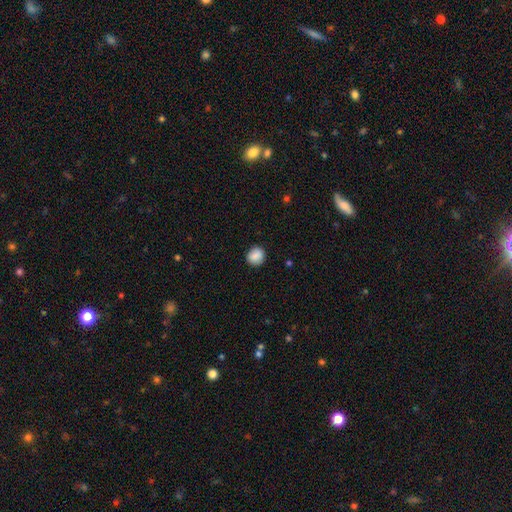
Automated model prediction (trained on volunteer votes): A smooth galaxy with no disk features (87%) that is round (82%). Merging: none (86%).